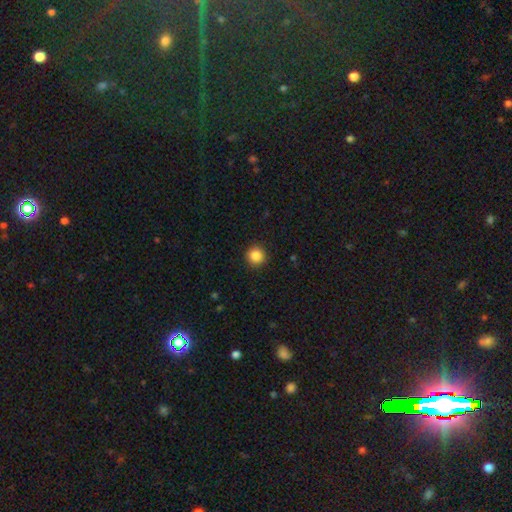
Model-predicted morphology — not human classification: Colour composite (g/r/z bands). It shows a smooth galaxy with no disk features (87%) that is round (94%). Merging: none (92%).